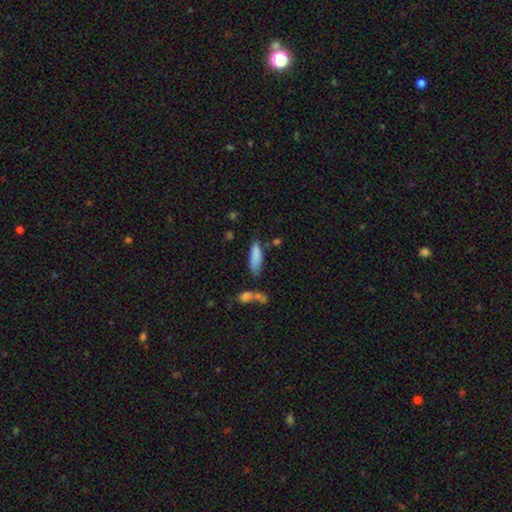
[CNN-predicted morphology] Overall: smooth (83%). How rounded: cigar-shaped (51%; in between 48%). Merging: none (62%).